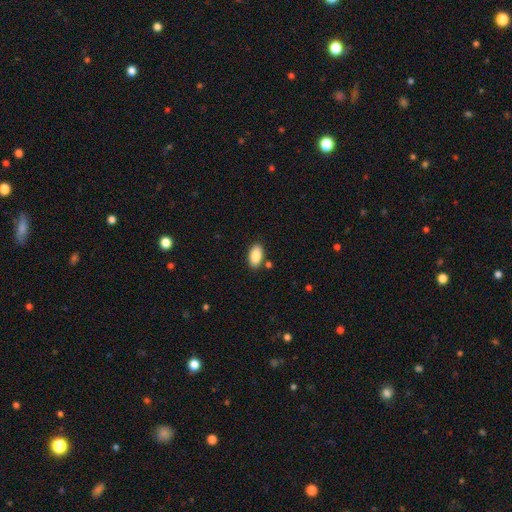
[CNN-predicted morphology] A smooth galaxy with no disk features (87%) that is in between round and cigar-shaped (94%).

Vote fractions:
- Smooth or featured? smooth: 87% / star or artifact: 7% / featured or disk: 6%
- How rounded? in between: 94% / round: 3% / cigar-shaped: 3%
- Merging? none: 84% / minor disturbance: 9% / merger: 4% / major disturbance: 2%